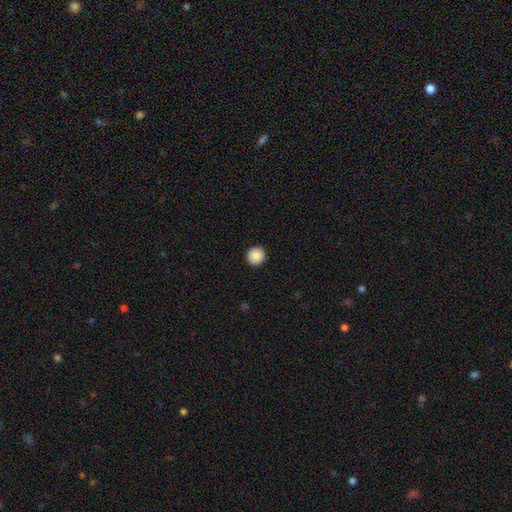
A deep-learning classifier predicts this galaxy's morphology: Smooth or featured? Predicted: smooth (p=0.88). How rounded? Predicted: round (p=0.93). Merging? Predicted: none (p=0.93).